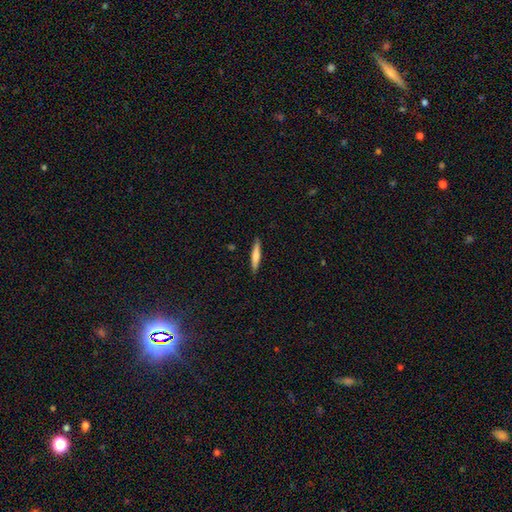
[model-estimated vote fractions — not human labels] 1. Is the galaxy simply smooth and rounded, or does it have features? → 68% smooth, 27% featured or disk, 5% star or artifact.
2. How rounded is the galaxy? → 91% cigar-shaped, 7% in between, 1% round.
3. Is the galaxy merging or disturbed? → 90% none, 8% minor disturbance, 2% major disturbance, 1% merger.